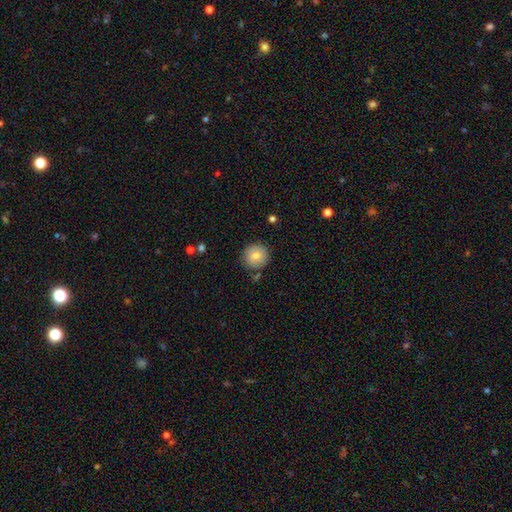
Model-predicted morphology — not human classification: Smooth or featured? Predicted: smooth (p=0.81). How rounded? Predicted: round (p=0.93). Merging? Predicted: none (p=0.84).